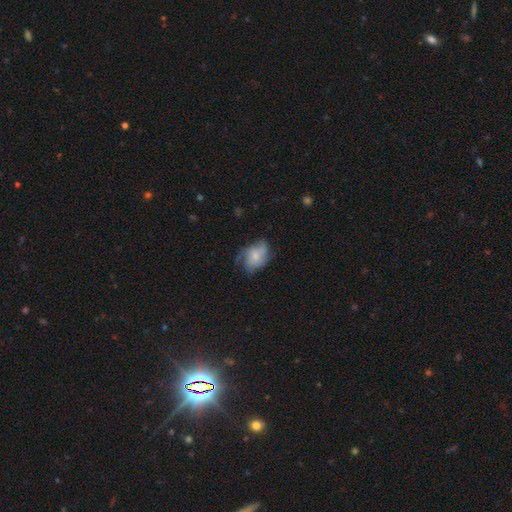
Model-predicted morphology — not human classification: smooth-or-featured: smooth: 56% | featured or disk: 35% | star or artifact: 8%
  how-rounded: in between: 79% | round: 20% | cigar-shaped: 2%
  merging: none: 49% | minor disturbance: 33% | major disturbance: 16% | merger: 2%